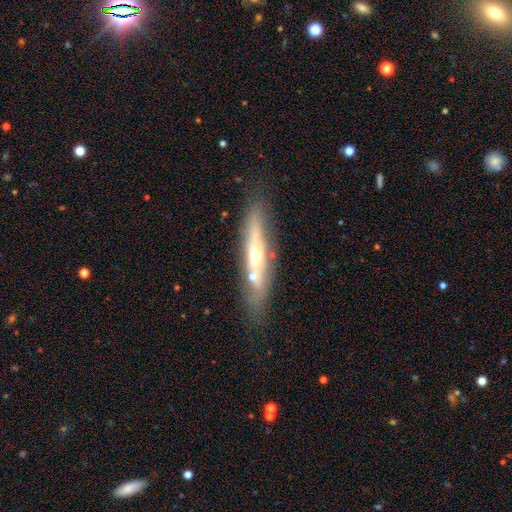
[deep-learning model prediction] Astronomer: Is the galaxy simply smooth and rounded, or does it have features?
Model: featured or disk — 63%.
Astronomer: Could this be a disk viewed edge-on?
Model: yes — 68%.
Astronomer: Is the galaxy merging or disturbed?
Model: none — 71%.